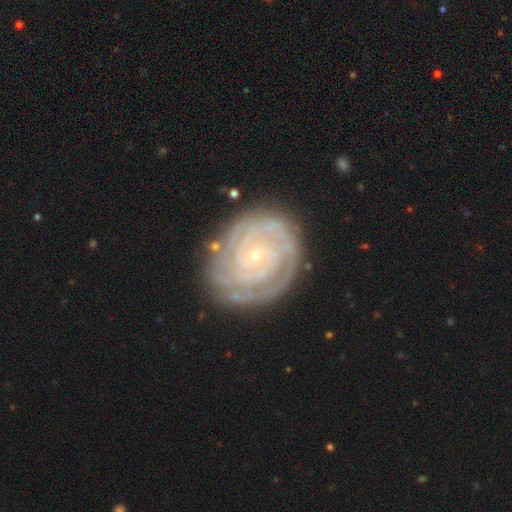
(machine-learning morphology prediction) A featured or disk galaxy (88%) with no bar (70%), 2 (33%) tight (86%) spiral arms (98%) and a small central bulge (86%). Merging: none (79%).